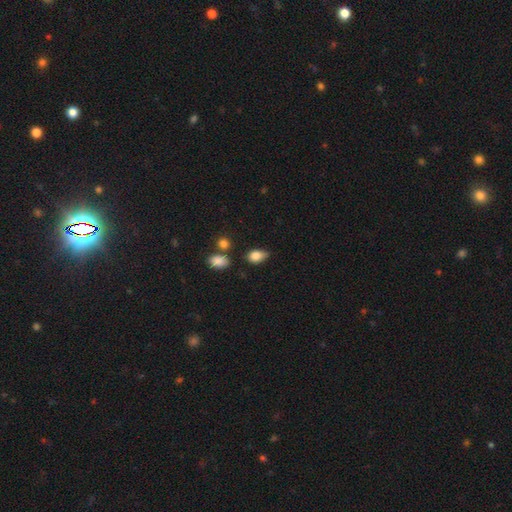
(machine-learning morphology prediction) Smooth or featured?
  - smooth: 82% *
  - featured or disk: 9%
  - star or artifact: 9%
How rounded?
  - in between: 84% *
  - round: 14%
  - cigar-shaped: 3%
Merging?
  - none: 61% *
  - minor disturbance: 28%
  - major disturbance: 5%
  - merger: 5%